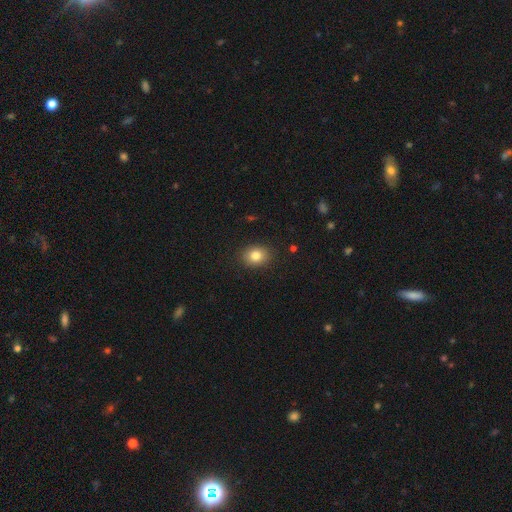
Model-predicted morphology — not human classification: smooth_or_featured: smooth (p=0.82) [alt: star or artifact p=0.10]
how_rounded: in between (p=0.50) [alt: round p=0.49]
merging: none (p=0.89) [alt: minor disturbance p=0.08]